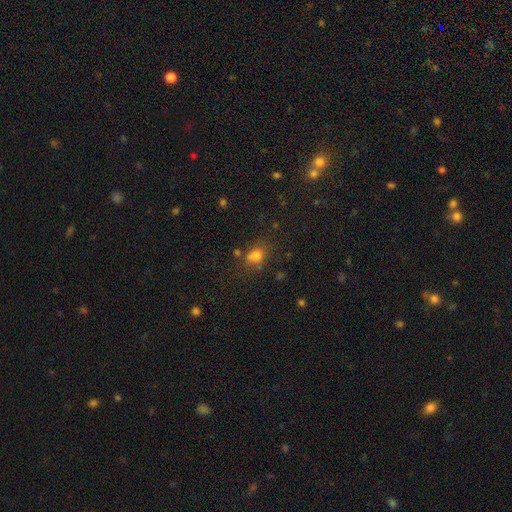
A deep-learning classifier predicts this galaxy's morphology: smooth_or_featured: smooth (p=0.74) [alt: star or artifact p=0.16]
how_rounded: in between (p=0.53) [alt: round p=0.46]
merging: none (p=0.56) [alt: minor disturbance p=0.20]